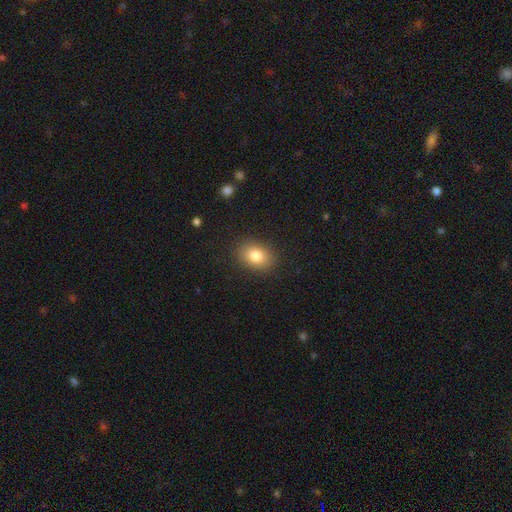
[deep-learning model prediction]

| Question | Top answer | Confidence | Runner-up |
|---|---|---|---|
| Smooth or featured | smooth | 82% | star or artifact (9%) |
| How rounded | in between | 71% | round (28%) |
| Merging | none | 87% | minor disturbance (9%) |